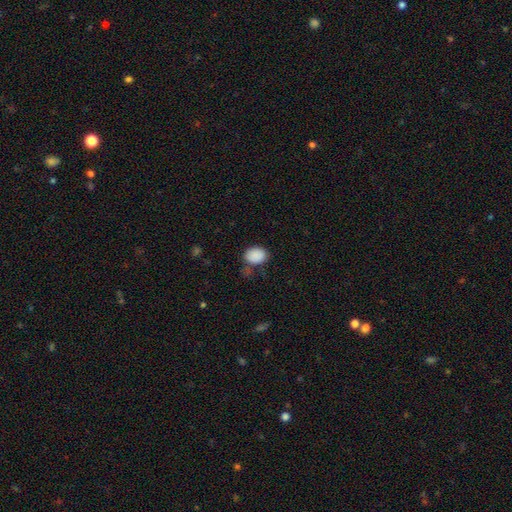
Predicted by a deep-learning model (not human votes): Smooth or featured: smooth — 88% (star or artifact — 8%)
How rounded: in between — 59% (round — 40%)
Merging: none — 69% (minor disturbance — 19%)